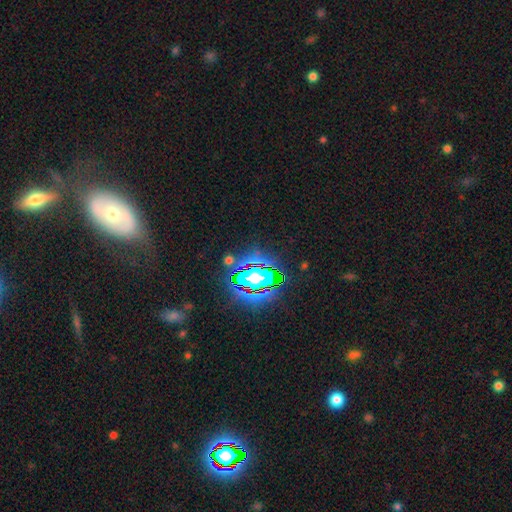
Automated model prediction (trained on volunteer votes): Morphology: type=star or artifact (66%).